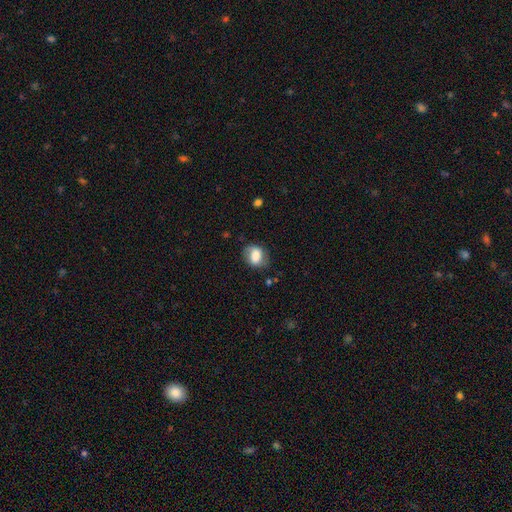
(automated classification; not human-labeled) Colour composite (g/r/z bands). It shows a smooth galaxy with no disk features (67%) that is in between round and cigar-shaped (61%). Merging: none (68%).